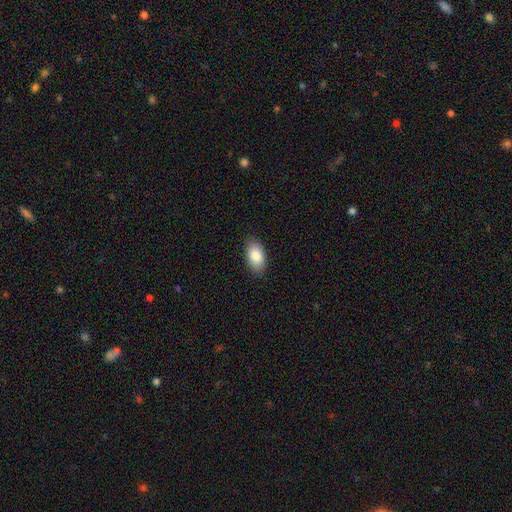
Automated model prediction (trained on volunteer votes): A smooth galaxy with no disk features (87%) that is in between round and cigar-shaped (94%).

Vote fractions:
- Smooth or featured? smooth: 87% / featured or disk: 7% / star or artifact: 6%
- How rounded? in between: 94% / round: 4% / cigar-shaped: 2%
- Merging? none: 87% / minor disturbance: 10% / major disturbance: 2% / merger: 1%